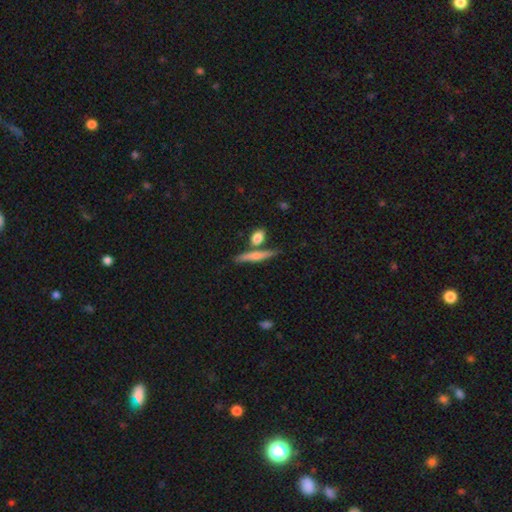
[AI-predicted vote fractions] The model was most divided on "smooth or featured": smooth: 51%, featured or disk: 42%, star or artifact: 7%. More confident: how rounded — cigar-shaped (82%); merging — none (70%).